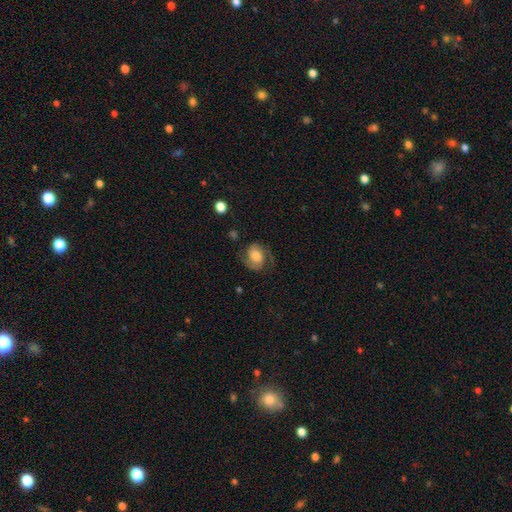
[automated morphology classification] type=featured or disk (72%); edge-on=no (98%); bar=no (68%); spiral arms=yes (94%); winding=medium (51%); arm count=2 (91%); bulge=moderate (45%); merging=none (72%).